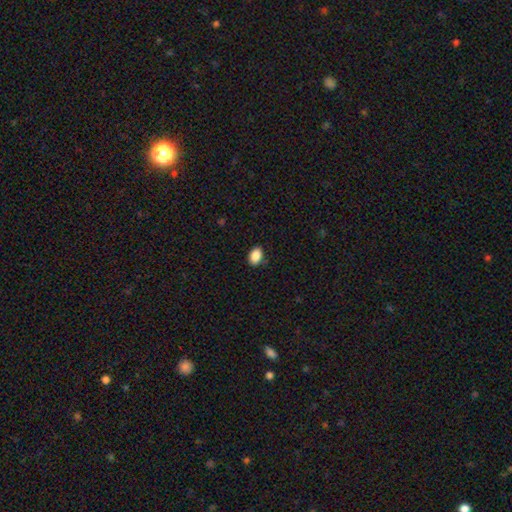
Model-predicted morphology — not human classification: This is clearly a smooth galaxy (89%). How rounded: clearly in between (84%). Merging: clearly none (87%).